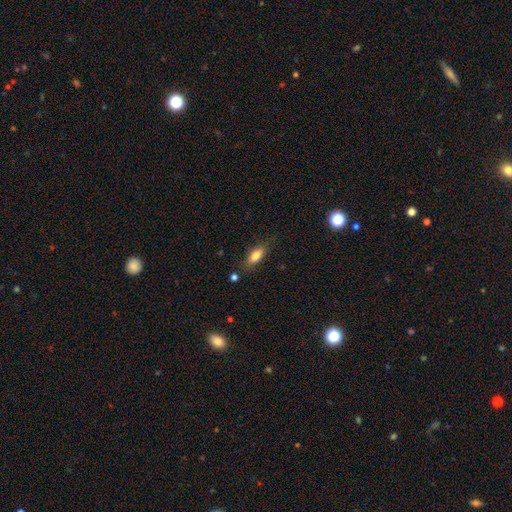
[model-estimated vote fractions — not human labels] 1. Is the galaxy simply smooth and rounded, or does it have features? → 78% smooth, 14% featured or disk, 8% star or artifact.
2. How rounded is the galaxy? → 73% in between, 24% cigar-shaped, 3% round.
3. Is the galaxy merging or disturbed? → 79% none, 15% minor disturbance, 4% major disturbance, 3% merger.